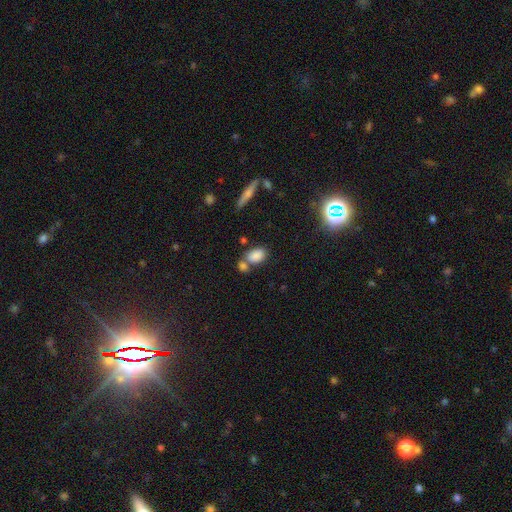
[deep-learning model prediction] A smooth galaxy with no disk features (84%) that is in between round and cigar-shaped (85%). Merging: none (50%).